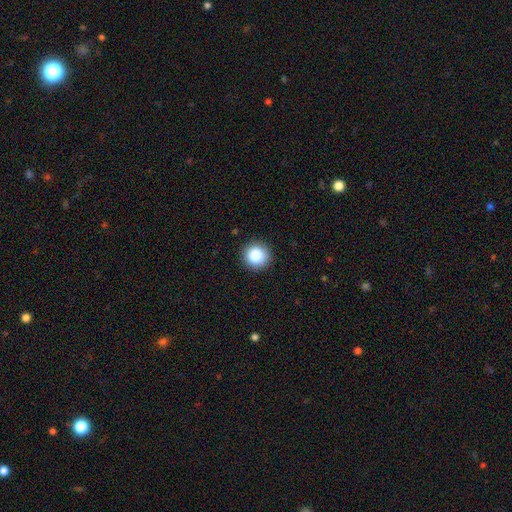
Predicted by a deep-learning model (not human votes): This appears to be a smooth galaxy with no disk features (87%) that is round (95%). Merging: none (91%).